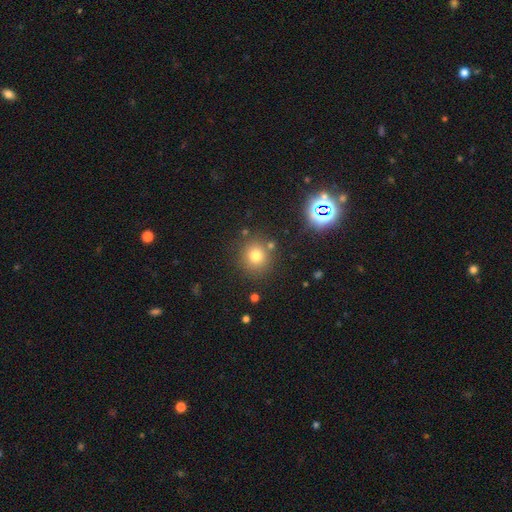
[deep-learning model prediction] Q: Smooth or featured?
A: smooth (75%); runner-up: star or artifact (16%)
Q: How rounded?
A: round (89%); runner-up: in between (10%)
Q: Merging?
A: none (82%); runner-up: minor disturbance (9%)